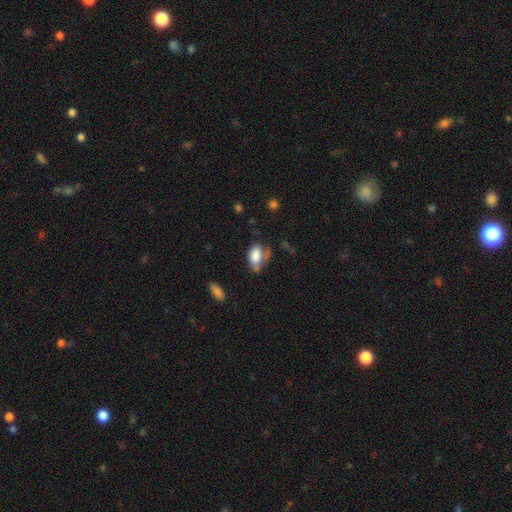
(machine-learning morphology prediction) Smooth or featured?
  - smooth: 75% *
  - featured or disk: 17%
  - star or artifact: 9%
How rounded?
  - in between: 90% *
  - round: 8%
  - cigar-shaped: 2%
Merging?
  - none: 34% *
  - minor disturbance: 32%
  - major disturbance: 24%
  - merger: 10%